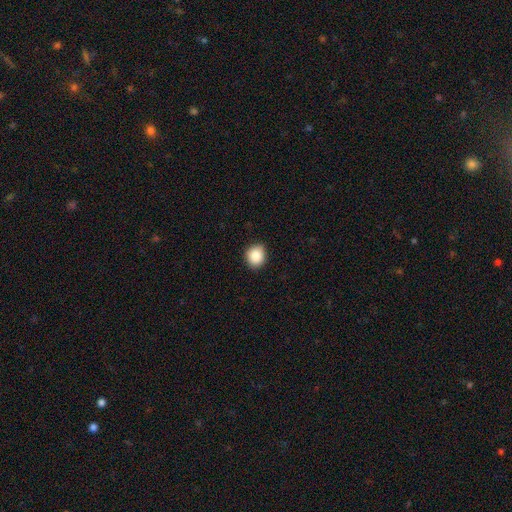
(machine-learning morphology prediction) smooth_or_featured: smooth (p=0.87) [alt: star or artifact p=0.09]
how_rounded: round (p=0.77) [alt: in between p=0.22]
merging: none (p=0.87) [alt: minor disturbance p=0.10]